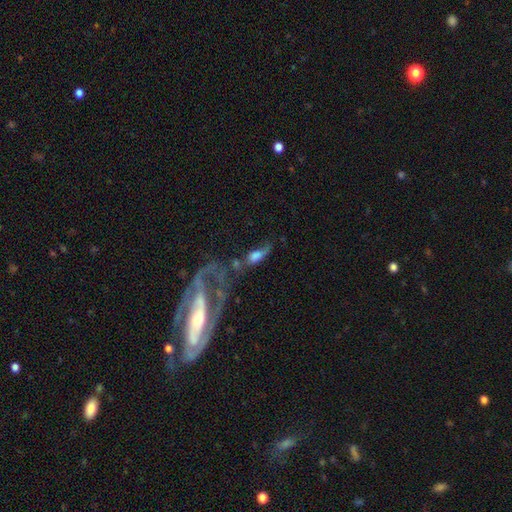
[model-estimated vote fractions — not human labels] smooth 50%, featured or disk 39%, star or artifact 12%. Down the decision tree: merging — major disturbance (28%, tied with merger).